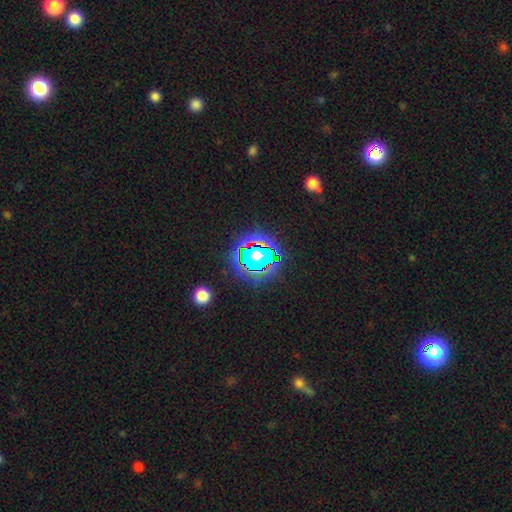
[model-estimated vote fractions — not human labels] Smooth or featured? Predicted: star or artifact (p=0.50).